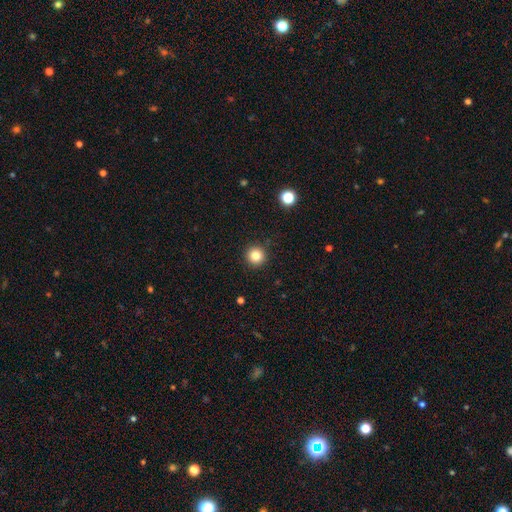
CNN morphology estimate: A smooth galaxy with no disk features (83%) that is round (95%). Merging: none (92%).